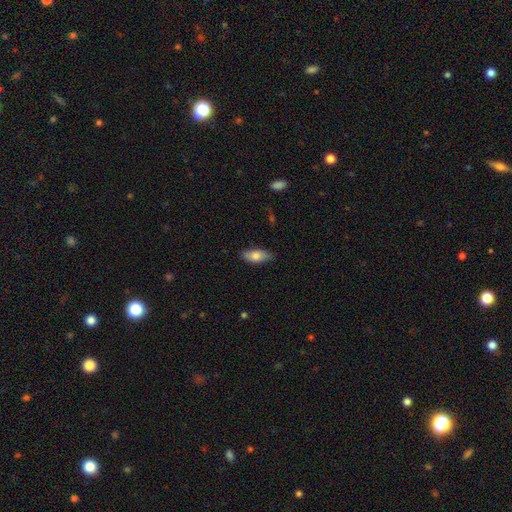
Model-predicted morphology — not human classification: This is likely a smooth galaxy (77%). How rounded: clearly in between (83%). Merging: clearly none (84%).